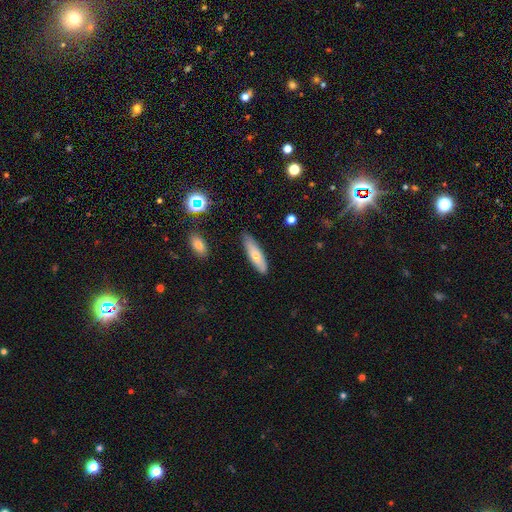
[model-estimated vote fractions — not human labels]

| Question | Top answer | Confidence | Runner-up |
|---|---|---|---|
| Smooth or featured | smooth | 67% | featured or disk (26%) |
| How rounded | cigar-shaped | 65% | in between (33%) |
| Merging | none | 85% | minor disturbance (12%) |